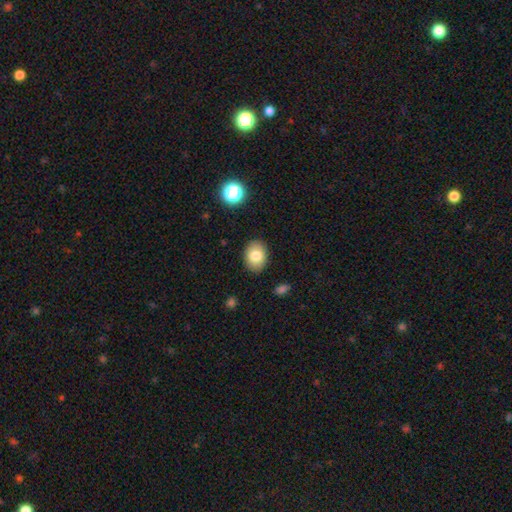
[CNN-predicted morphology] Smooth or featured?
  - smooth: 81% *
  - featured or disk: 11%
  - star or artifact: 9%
How rounded?
  - in between: 72% *
  - round: 27%
  - cigar-shaped: 1%
Merging?
  - none: 88% *
  - minor disturbance: 9%
  - major disturbance: 2%
  - merger: 1%